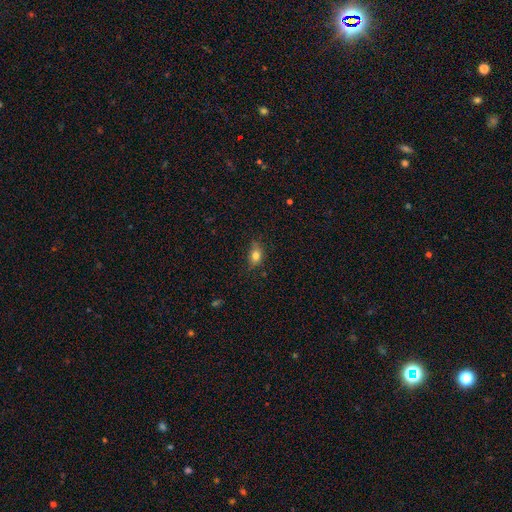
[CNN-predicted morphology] This is clearly a smooth galaxy (80%). How rounded: likely in between (72%). Merging: likely none (70%).